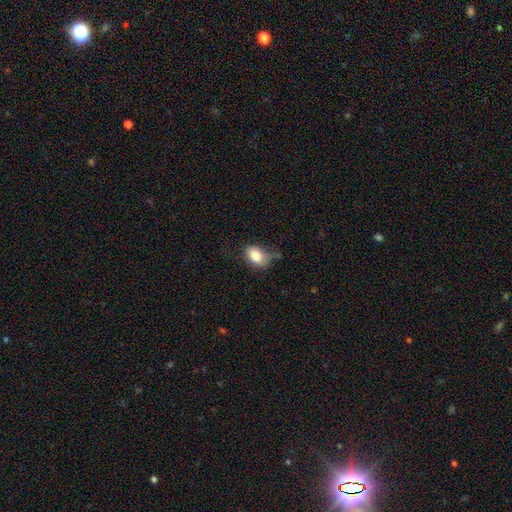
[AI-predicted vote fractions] Morphology: type=smooth (82%); roundness=in between (84%); merging=none (49%).